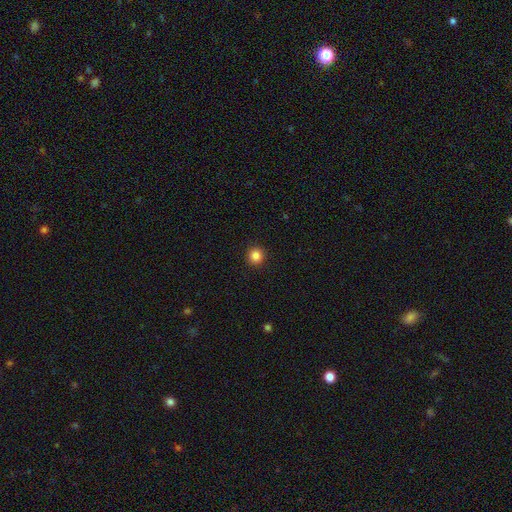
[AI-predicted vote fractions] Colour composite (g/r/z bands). It shows a smooth galaxy with no disk features (85%) that is round (93%). Merging: none (93%).